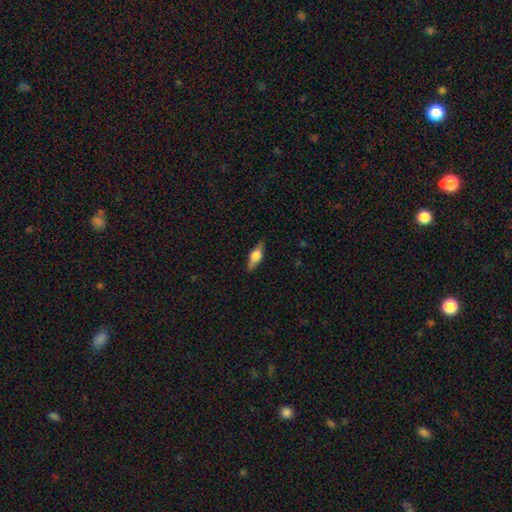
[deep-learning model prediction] smooth 51%, featured or disk 43%, star or artifact 6%. Down the decision tree: how rounded — in between (59%); merging — none (86%).